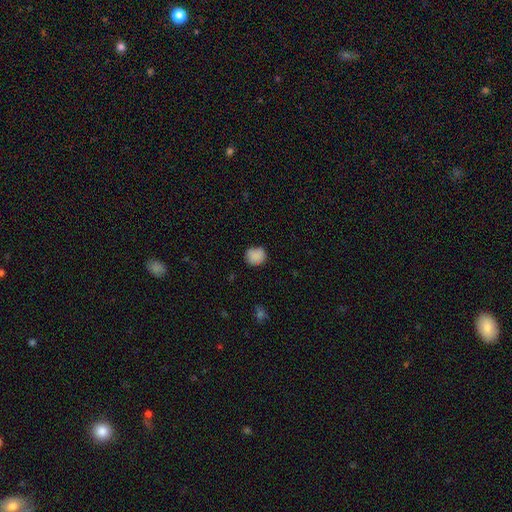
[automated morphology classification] smooth_or_featured: smooth (p=0.87) [alt: star or artifact p=0.09]
how_rounded: round (p=0.75) [alt: in between p=0.24]
merging: none (p=0.76) [alt: minor disturbance p=0.19]